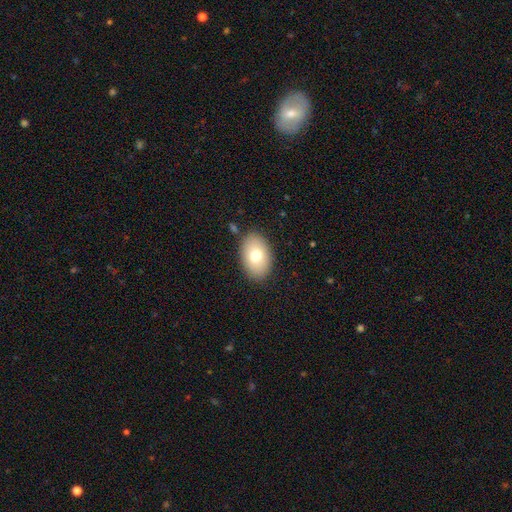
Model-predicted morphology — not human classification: smooth-or-featured: smooth: 74% | featured or disk: 18% | star or artifact: 8%
  how-rounded: in between: 87% | round: 12% | cigar-shaped: 1%
  merging: none: 87% | minor disturbance: 9% | major disturbance: 3% | merger: 2%